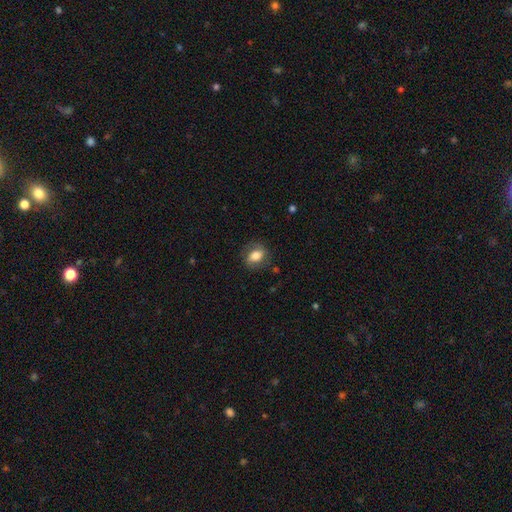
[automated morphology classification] Overall: smooth (70%). How rounded: in between (66%; round 32%). Merging: none (74%).